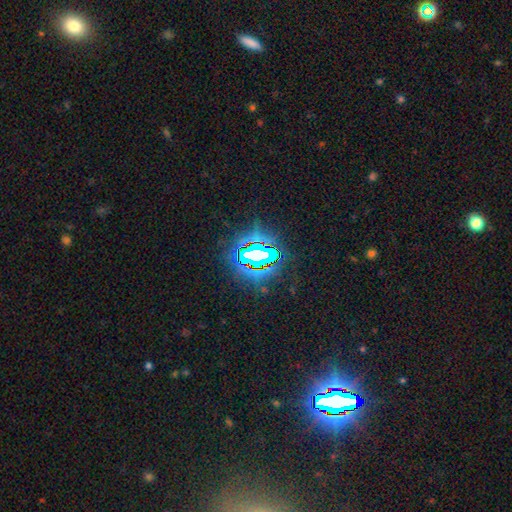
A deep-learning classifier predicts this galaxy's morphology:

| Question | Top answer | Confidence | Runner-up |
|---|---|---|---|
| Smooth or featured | star or artifact | 74% | smooth (15%) |